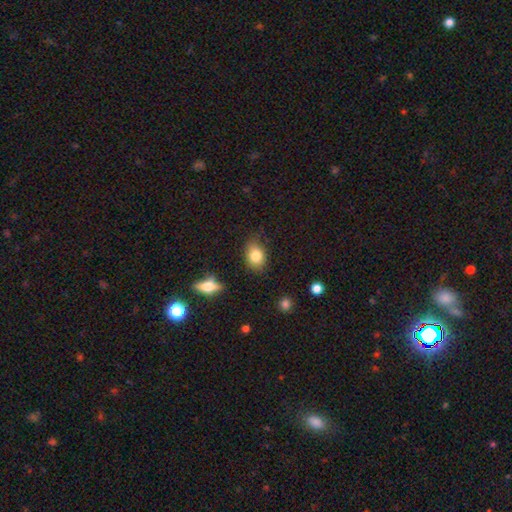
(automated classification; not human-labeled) Smooth or featured?
  - smooth: 82% *
  - star or artifact: 9%
  - featured or disk: 9%
How rounded?
  - in between: 70% *
  - round: 28%
  - cigar-shaped: 2%
Merging?
  - none: 77% *
  - minor disturbance: 17%
  - major disturbance: 3%
  - merger: 2%